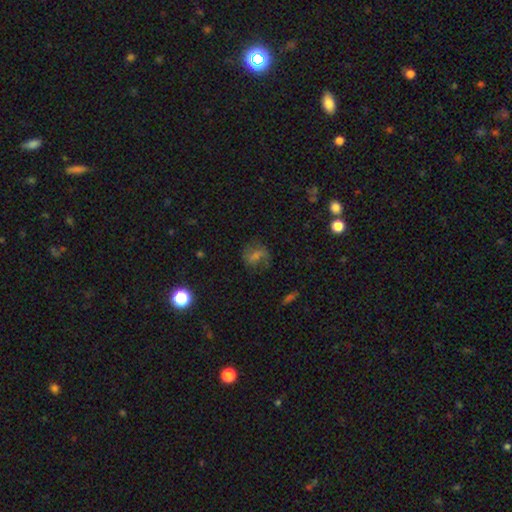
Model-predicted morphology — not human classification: Smooth or featured?
  - featured or disk: 43% *
  - smooth: 36%
  - star or artifact: 20%
Merging?
  - none: 74% *
  - minor disturbance: 16%
  - major disturbance: 8%
  - merger: 2%